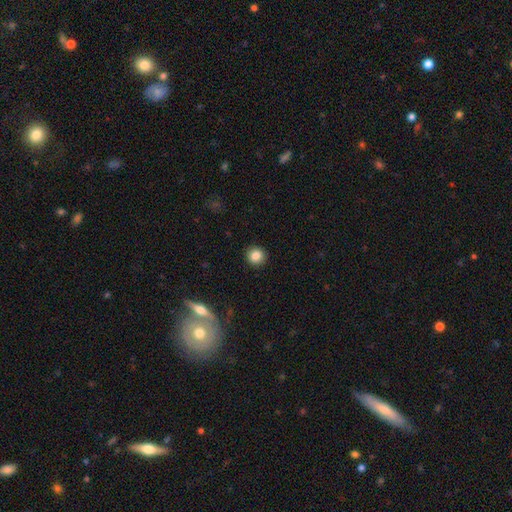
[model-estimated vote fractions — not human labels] Morphology: type=smooth (85%); roundness=round (92%); merging=none (92%).